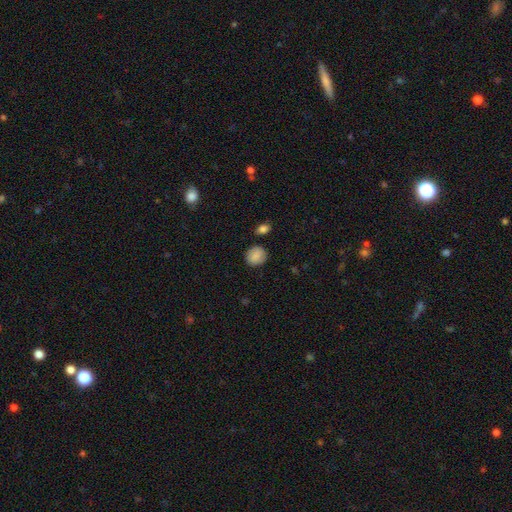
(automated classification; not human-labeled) Morphology: type=smooth (87%); roundness=round (76%); merging=none (80%).